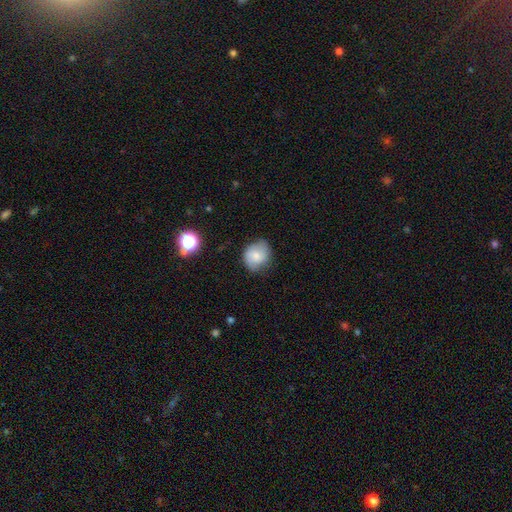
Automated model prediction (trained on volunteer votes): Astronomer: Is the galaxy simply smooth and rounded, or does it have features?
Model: smooth — 68%.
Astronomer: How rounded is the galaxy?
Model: round — 69%.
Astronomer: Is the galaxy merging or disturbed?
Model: none — 68%.